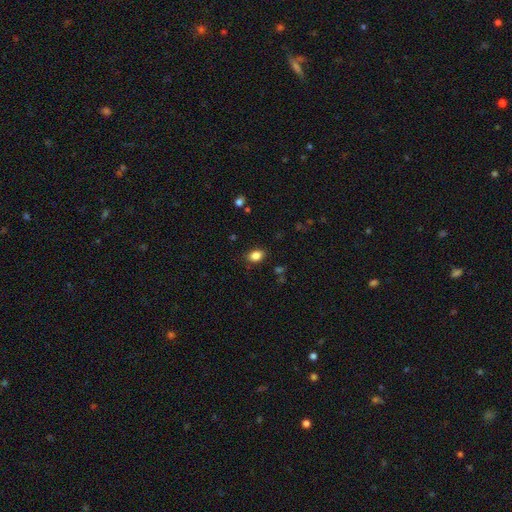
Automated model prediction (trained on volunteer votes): This is clearly a smooth galaxy (85%). How rounded: likely in between (67%). Merging: clearly none (85%).